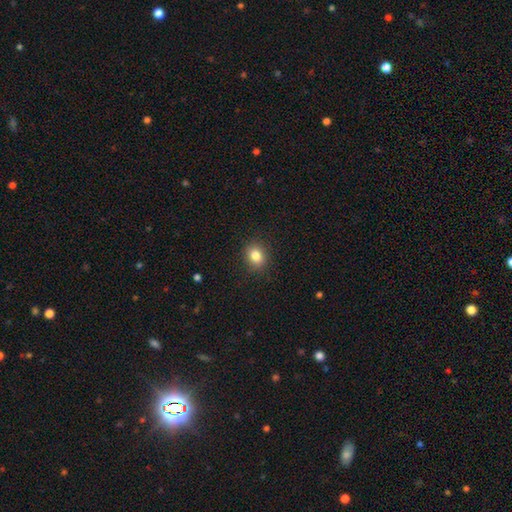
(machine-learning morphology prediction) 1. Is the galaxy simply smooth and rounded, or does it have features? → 84% smooth, 10% star or artifact, 6% featured or disk.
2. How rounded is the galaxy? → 59% round, 40% in between, 1% cigar-shaped.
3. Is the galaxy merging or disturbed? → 89% none, 8% minor disturbance, 2% major disturbance, 1% merger.